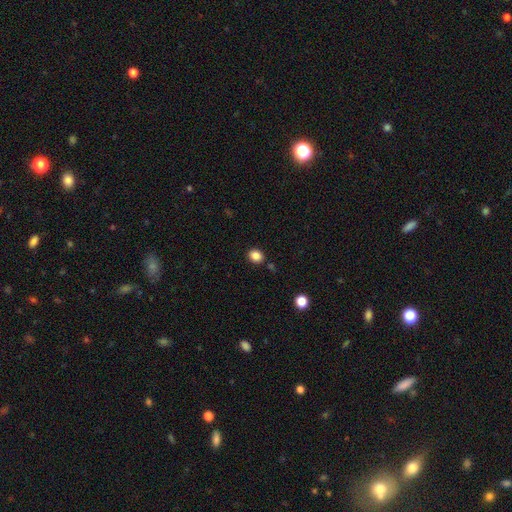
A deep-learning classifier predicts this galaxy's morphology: smooth_or_featured: smooth (p=0.85) [alt: star or artifact p=0.11]
how_rounded: round (p=0.64) [alt: in between p=0.35]
merging: none (p=0.86) [alt: minor disturbance p=0.08]